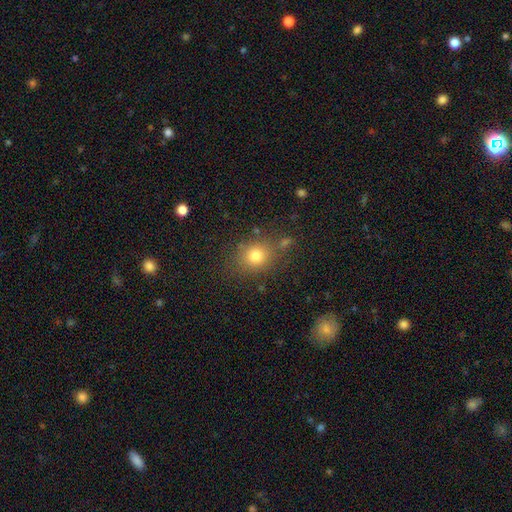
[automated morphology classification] Smooth or featured?
  - smooth: 78% *
  - star or artifact: 13%
  - featured or disk: 8%
How rounded?
  - round: 73% *
  - in between: 26%
  - cigar-shaped: 1%
Merging?
  - none: 76% *
  - minor disturbance: 13%
  - merger: 6%
  - major disturbance: 5%